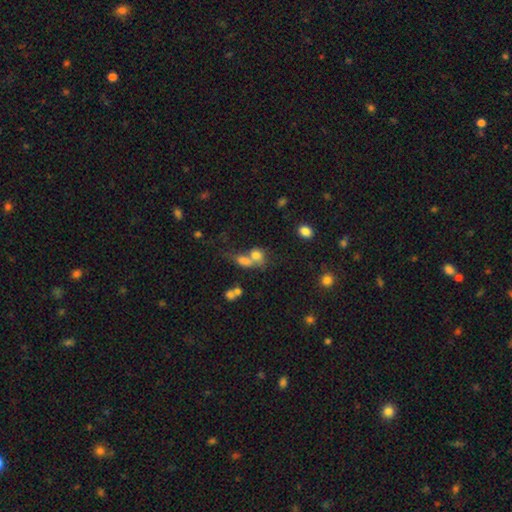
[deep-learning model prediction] This appears to be a smooth galaxy with no disk features (73%) that is in between round and cigar-shaped (53%). Merging: merger (62%).